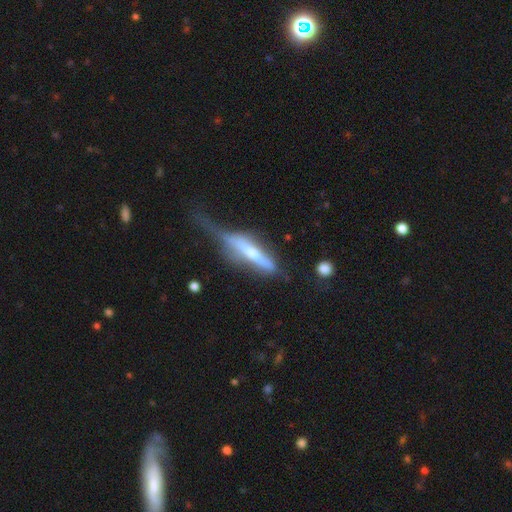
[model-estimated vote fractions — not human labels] featured or disk 51%, smooth 42%, star or artifact 7%. Down the decision tree: edge-on disk — yes (80%); merging — major disturbance (39%).